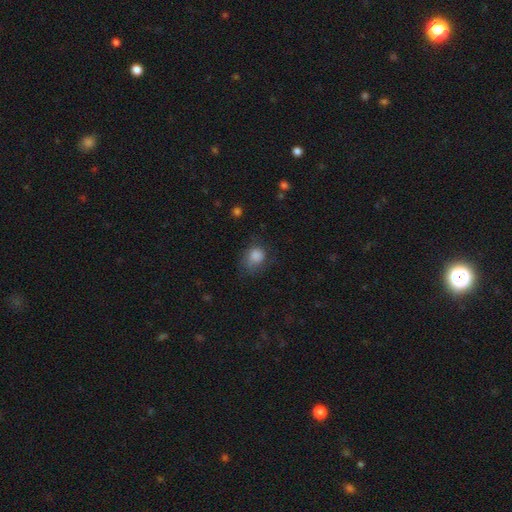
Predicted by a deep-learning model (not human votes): This is likely a smooth galaxy (77%). How rounded: likely round (62%). Merging: possibly none (50%).